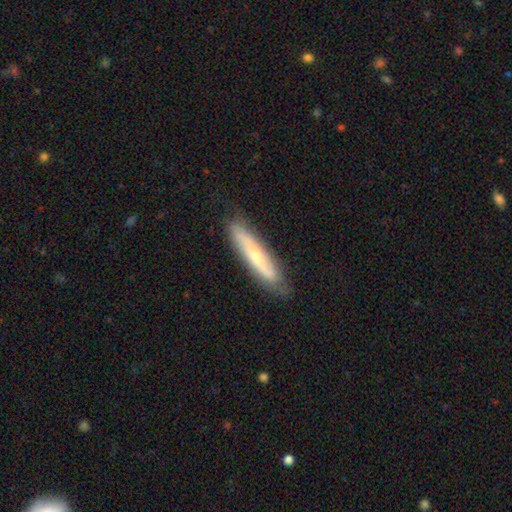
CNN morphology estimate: featured or disk 47% (tied), smooth 47% (tied), star or artifact 6%. Down the decision tree: merging — none (79%).